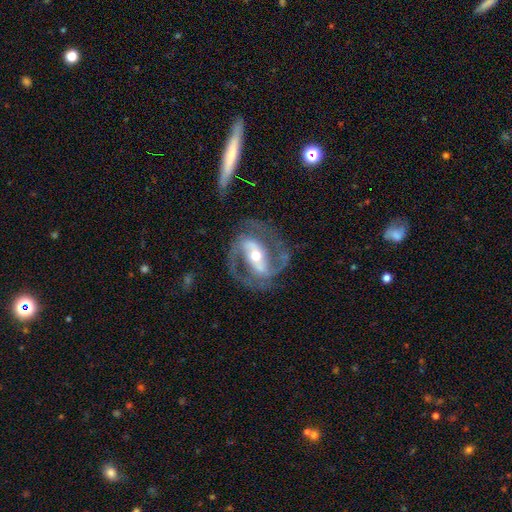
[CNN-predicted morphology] This appears to be a featured or disk galaxy (90%) with a strong bar (54%), 2 (92%) medium (60%) spiral arms (96%) and a moderate central bulge (62%). Merging: none (74%).